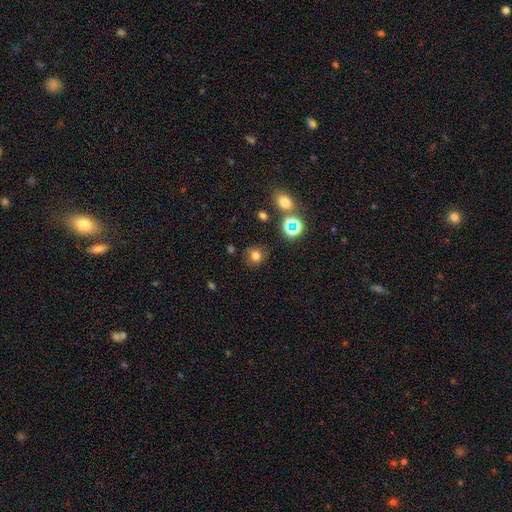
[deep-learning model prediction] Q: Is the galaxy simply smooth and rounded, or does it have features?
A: smooth — 74%.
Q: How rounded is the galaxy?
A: round — 86%.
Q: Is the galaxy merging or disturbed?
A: none — 83%.